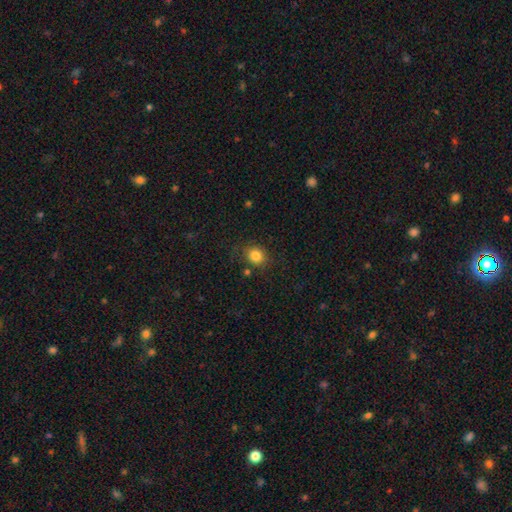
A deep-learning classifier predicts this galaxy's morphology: Overall: smooth (83%). How rounded: round (79%). Merging: none (77%).